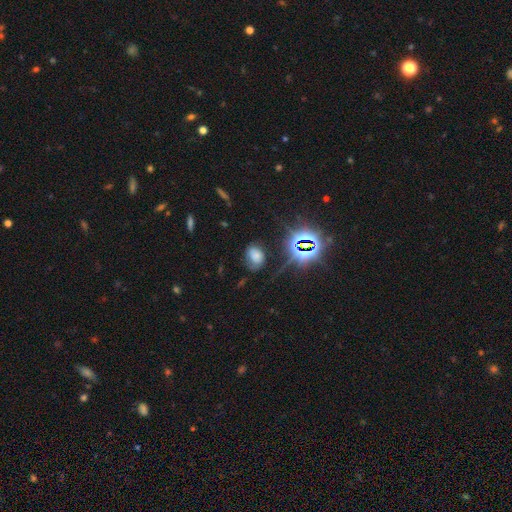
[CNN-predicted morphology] smooth 54%, star or artifact 29%, featured or disk 17%. Down the decision tree: how rounded — in between (74%); merging — none (53%).